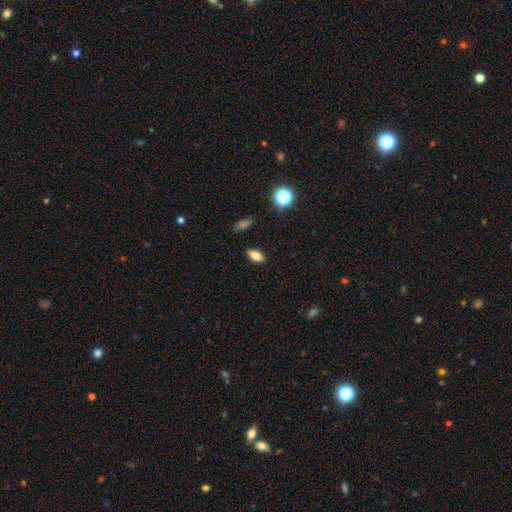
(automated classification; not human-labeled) Smooth or featured? smooth (74%)
How rounded? in between (82%)
Merging? none (87%)